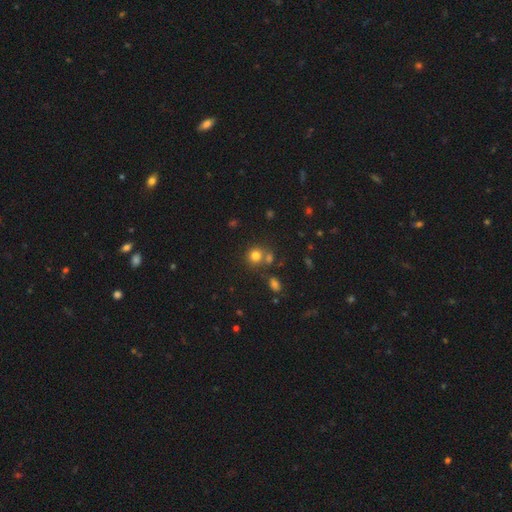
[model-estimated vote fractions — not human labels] This is likely a smooth galaxy (77%). How rounded: clearly round (84%). Merging: likely none (62%).